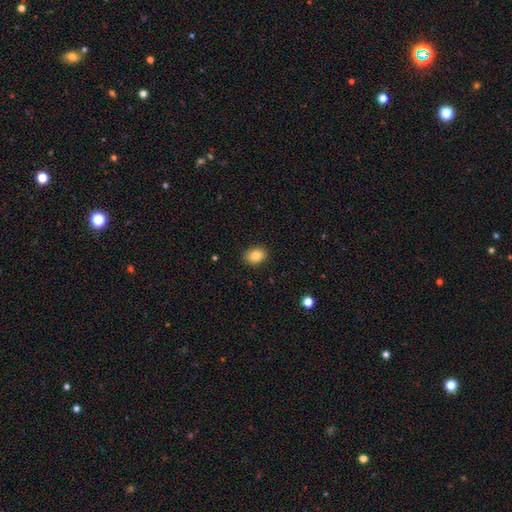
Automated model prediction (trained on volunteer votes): The model was most divided on "how rounded": in between: 62%, round: 37%, cigar-shaped: 1%. More confident: merging — none (88%); smooth or featured — smooth (85%).